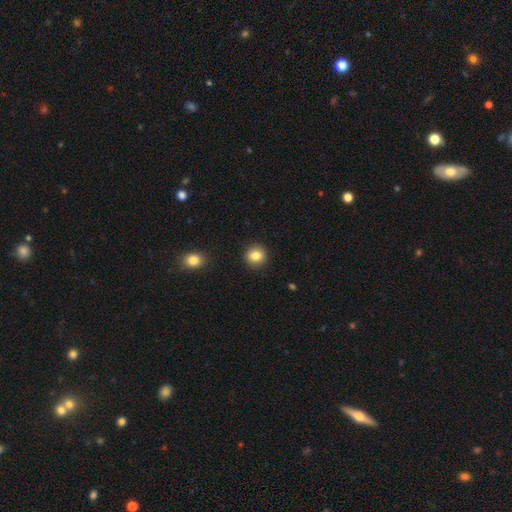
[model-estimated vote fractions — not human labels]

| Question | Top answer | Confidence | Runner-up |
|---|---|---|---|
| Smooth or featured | smooth | 85% | star or artifact (10%) |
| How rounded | round | 89% | in between (10%) |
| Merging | none | 91% | minor disturbance (6%) |